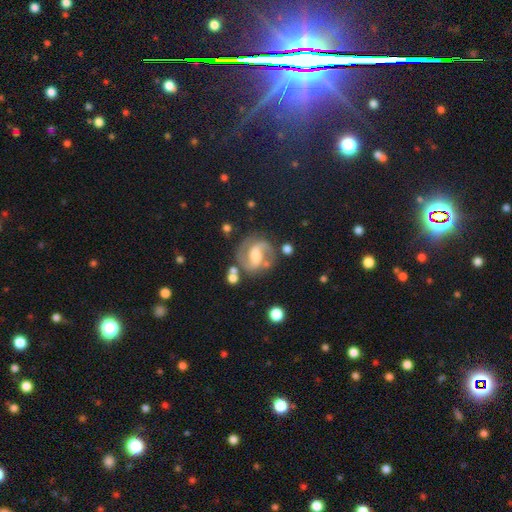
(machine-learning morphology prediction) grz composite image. It shows a featured or disk galaxy (84%) with a weak bar (46%), 2 (92%) medium (58%) spiral arms (96%) and a moderate central bulge (49%). Merging: none (72%).